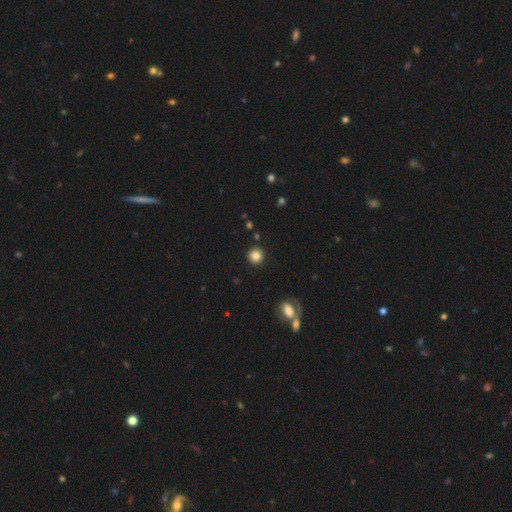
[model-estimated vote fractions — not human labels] smooth 84%, star or artifact 11%, featured or disk 5%. Down the decision tree: how rounded — round (94%); merging — none (91%).